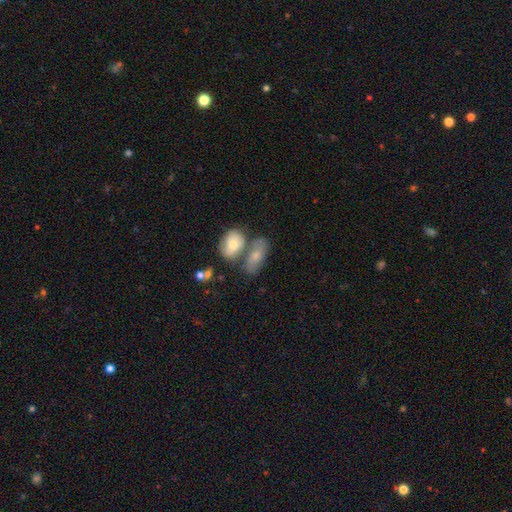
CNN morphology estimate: Overall: smooth (69%). How rounded: in between (85%). Merging: merger (45%; none 38%).